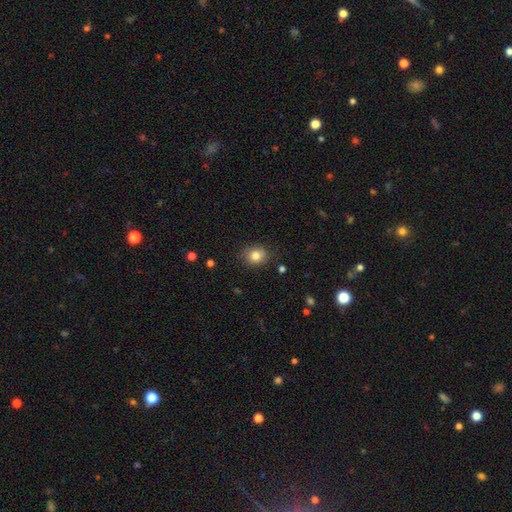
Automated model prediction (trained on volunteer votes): This is clearly a smooth galaxy (82%). How rounded: likely round (72%). Merging: clearly none (81%).